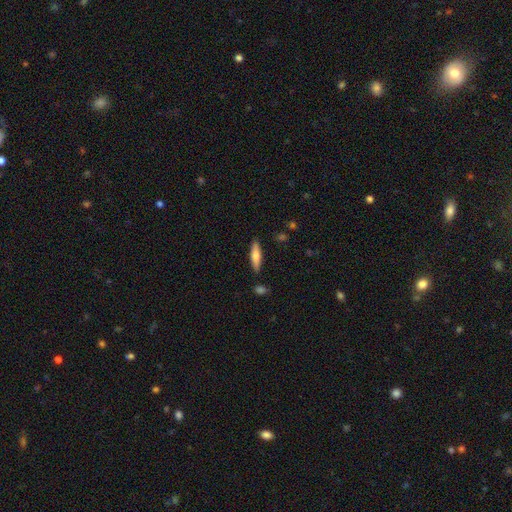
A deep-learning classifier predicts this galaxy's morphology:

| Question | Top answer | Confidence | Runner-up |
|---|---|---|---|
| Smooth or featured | smooth | 60% | featured or disk (34%) |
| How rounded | cigar-shaped | 73% | in between (26%) |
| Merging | none | 86% | minor disturbance (9%) |